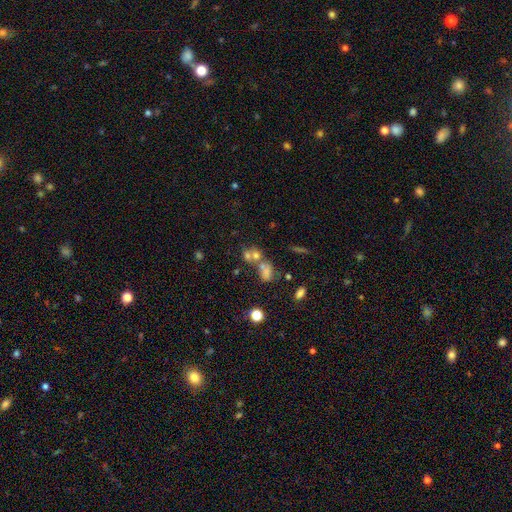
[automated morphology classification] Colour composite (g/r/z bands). It shows a smooth galaxy with no disk features (55%) that is round (51%). Merging: merger (57%).